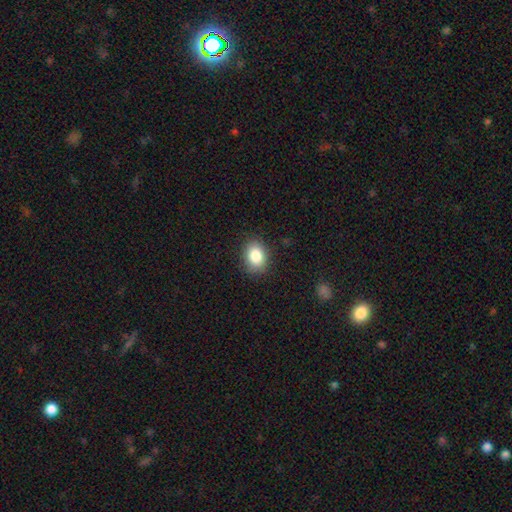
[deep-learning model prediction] Smooth or featured? smooth (85%)
How rounded? in between (67%)
Merging? none (86%)